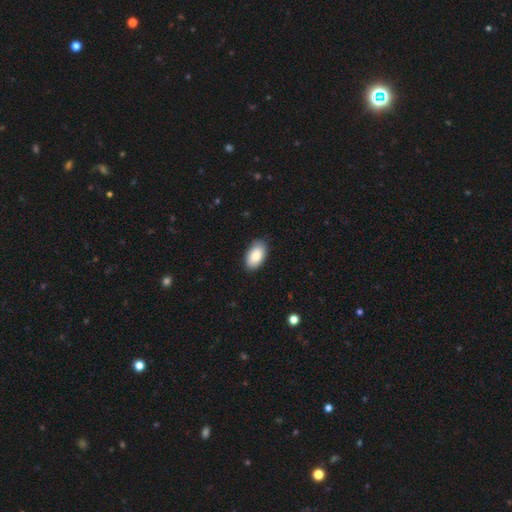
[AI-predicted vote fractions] Smooth or featured: smooth — 84% (featured or disk — 9%)
How rounded: in between — 95% (round — 4%)
Merging: none — 85% (minor disturbance — 12%)